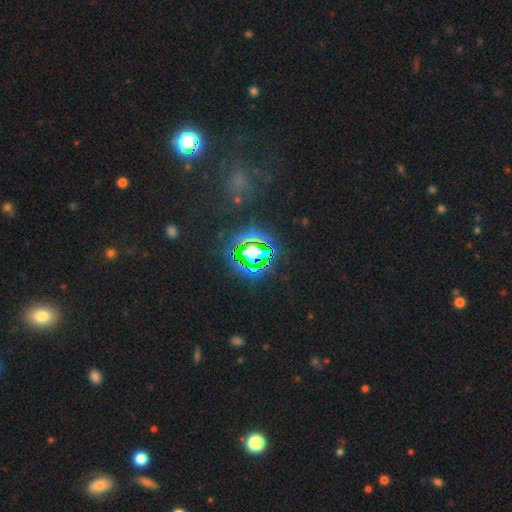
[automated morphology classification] A star or artifact, not a galaxy (75%).

Vote fractions:
- Smooth or featured? star or artifact: 75% / smooth: 13% / featured or disk: 12%